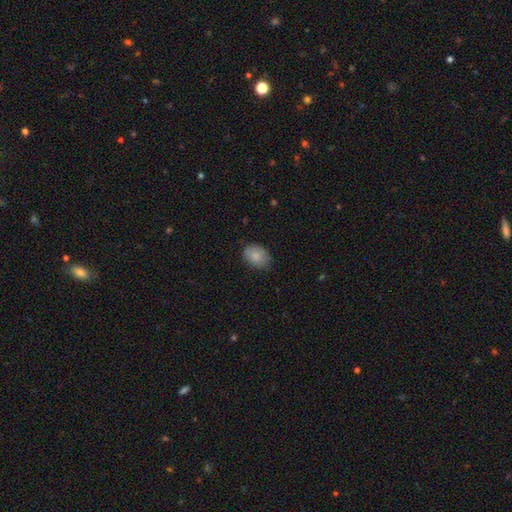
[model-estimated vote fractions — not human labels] smooth_or_featured: smooth (p=0.85) [alt: featured or disk p=0.08]
how_rounded: in between (p=0.70) [alt: round p=0.29]
merging: none (p=0.75) [alt: minor disturbance p=0.21]